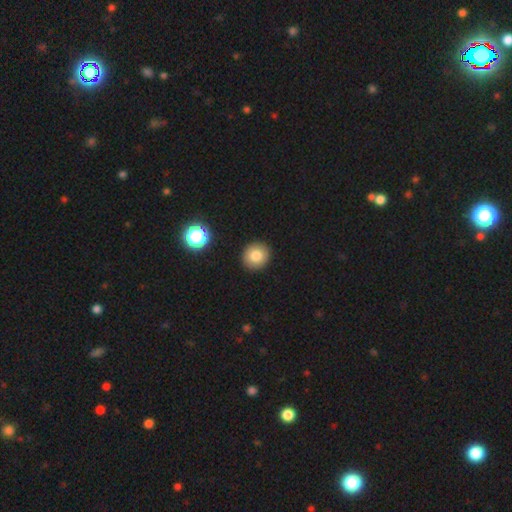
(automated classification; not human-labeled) A smooth galaxy with no disk features (81%) that is round (86%).

Vote fractions:
- Smooth or featured? smooth: 81% / star or artifact: 11% / featured or disk: 9%
- How rounded? round: 86% / in between: 13% / cigar-shaped: 1%
- Merging? none: 91% / minor disturbance: 6% / major disturbance: 2% / merger: 2%